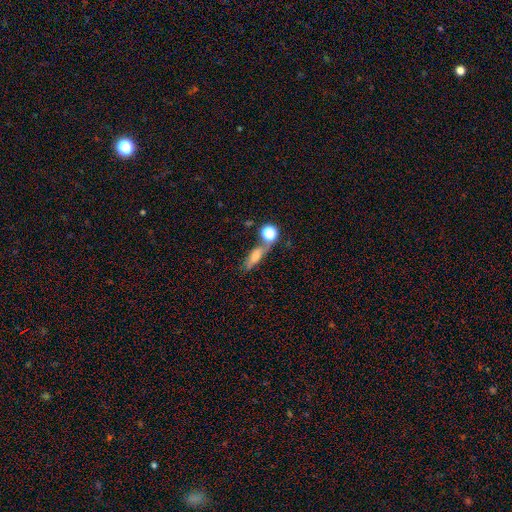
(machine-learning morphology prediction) This appears to be a smooth galaxy with no disk features (53%) that is cigar-shaped (48%). Merging: none (52%).